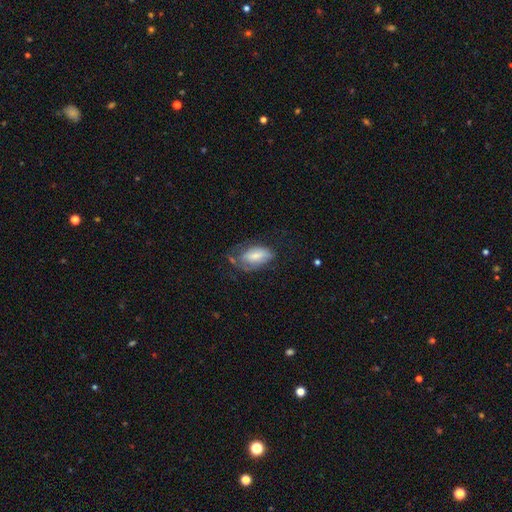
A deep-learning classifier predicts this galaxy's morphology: smooth 58%, featured or disk 35%, star or artifact 8%. Down the decision tree: how rounded — in between (91%); merging — none (36%).